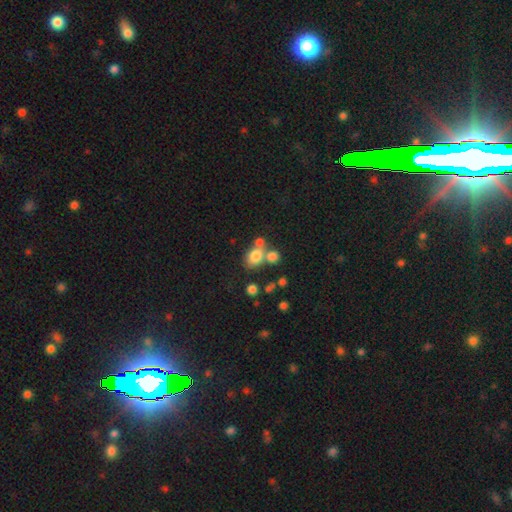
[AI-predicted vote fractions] Smooth or featured? Predicted: smooth (p=0.77). How rounded? Predicted: in between (p=0.59). Merging? Predicted: none (p=0.44).